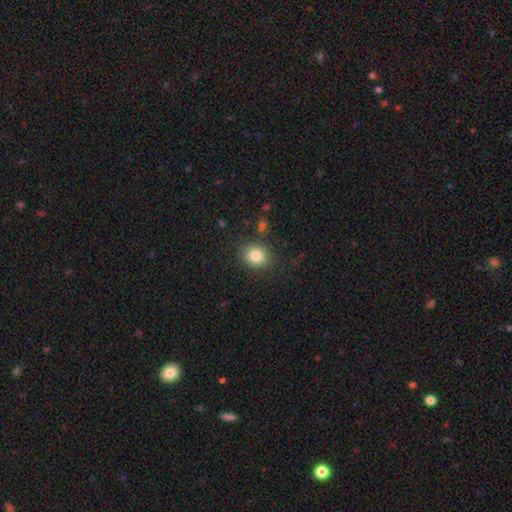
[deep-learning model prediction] Q: Smooth or featured?
A: smooth (83%); runner-up: star or artifact (10%)
Q: How rounded?
A: round (72%); runner-up: in between (27%)
Q: Merging?
A: none (86%); runner-up: minor disturbance (9%)